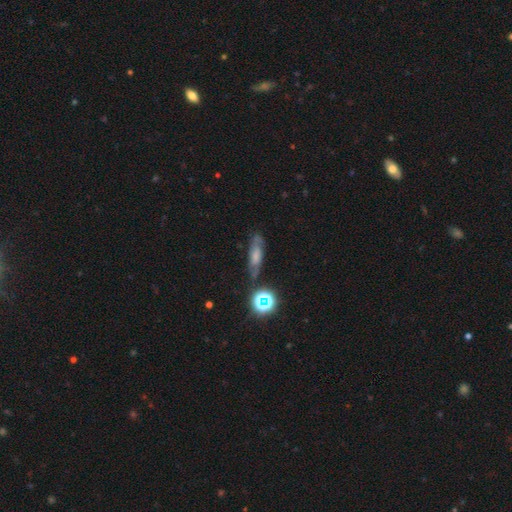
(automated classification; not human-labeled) Overall: smooth (42%; featured or disk 37%). Merging: none (66%).